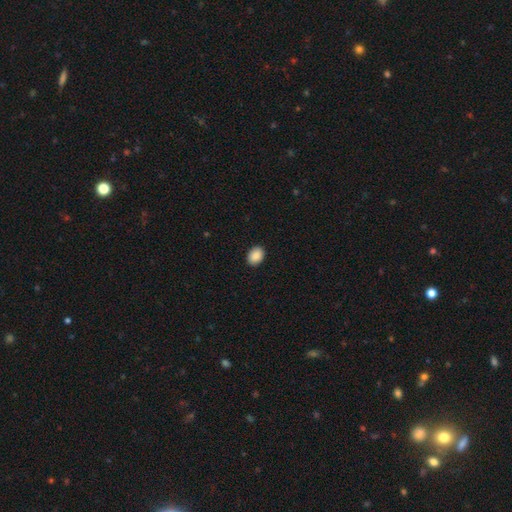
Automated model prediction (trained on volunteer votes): smooth_or_featured: smooth (p=0.90) [alt: star or artifact p=0.07]
how_rounded: in between (p=0.76) [alt: round p=0.23]
merging: none (p=0.91) [alt: minor disturbance p=0.06]